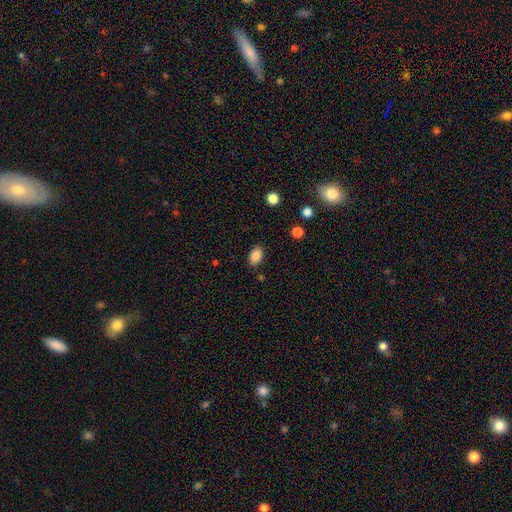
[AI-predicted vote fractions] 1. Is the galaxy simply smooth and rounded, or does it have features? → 87% smooth, 9% star or artifact, 4% featured or disk.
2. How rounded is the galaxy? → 87% in between, 12% round, 1% cigar-shaped.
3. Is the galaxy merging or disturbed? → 84% none, 11% minor disturbance, 3% major disturbance, 2% merger.